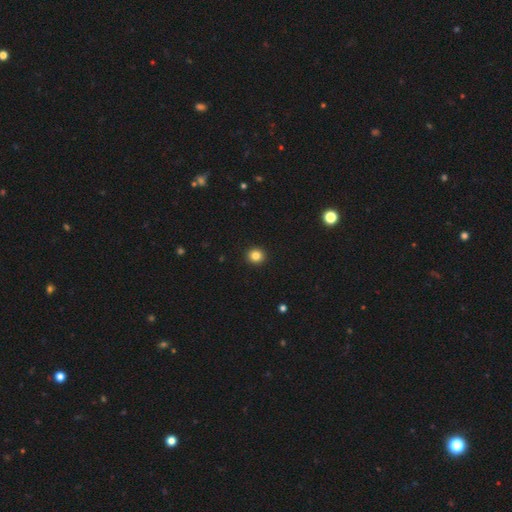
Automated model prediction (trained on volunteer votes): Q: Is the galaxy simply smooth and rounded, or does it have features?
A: smooth — 83%.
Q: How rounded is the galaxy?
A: round — 91%.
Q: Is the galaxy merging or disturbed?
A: none — 93%.